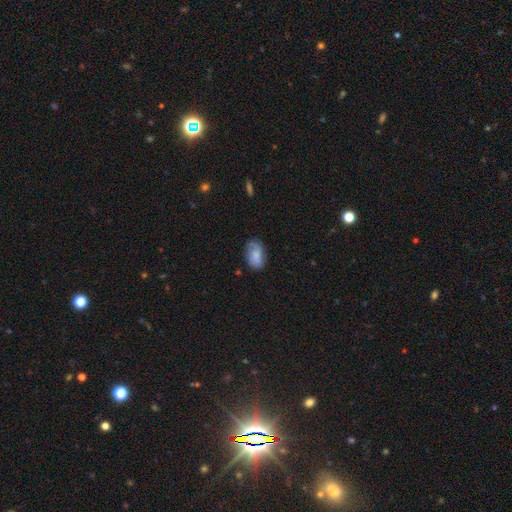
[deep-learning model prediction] Overall: smooth (71%). How rounded: in between (88%). Merging: none (65%; minor disturbance 26%).